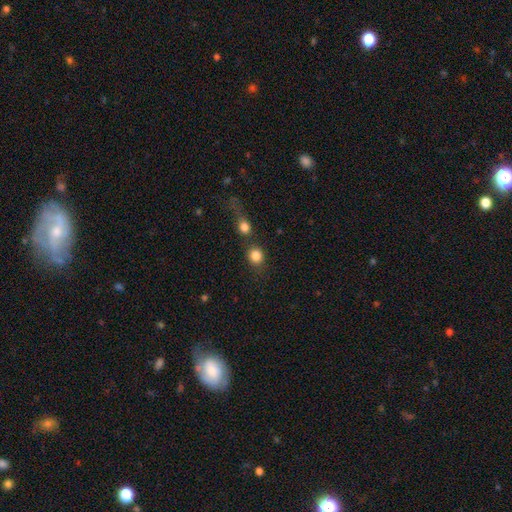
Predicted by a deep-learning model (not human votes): smooth-or-featured: smooth: 85% | star or artifact: 10% | featured or disk: 6%
  how-rounded: round: 83% | in between: 16% | cigar-shaped: 1%
  merging: none: 61% | merger: 25% | minor disturbance: 9% | major disturbance: 6%